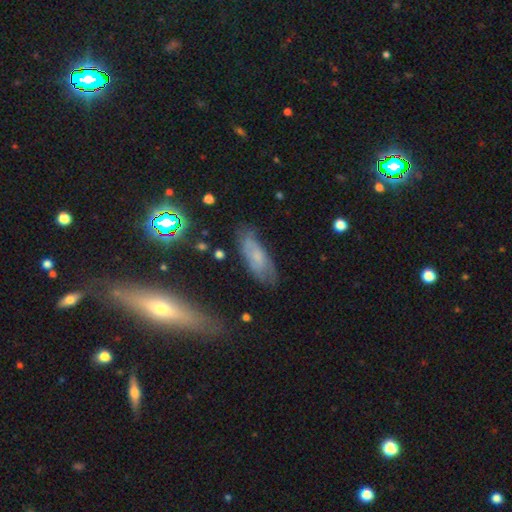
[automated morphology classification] Smooth or featured?
  - smooth: 48% *
  - featured or disk: 42%
  - star or artifact: 10%
Merging?
  - none: 67% *
  - minor disturbance: 23%
  - major disturbance: 7%
  - merger: 3%